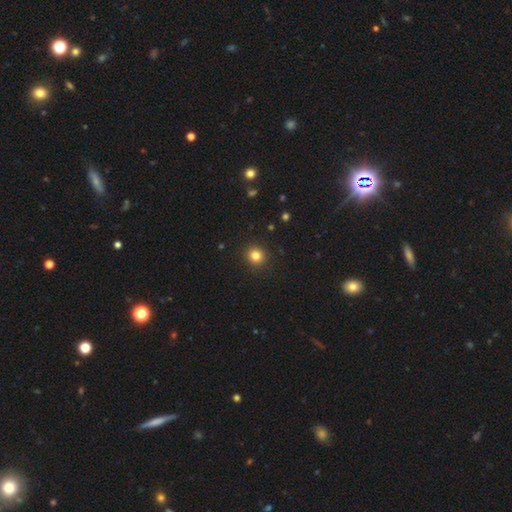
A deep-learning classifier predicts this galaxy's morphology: Smooth or featured? Predicted: smooth (p=0.82). How rounded? Predicted: round (p=0.91). Merging? Predicted: none (p=0.92).